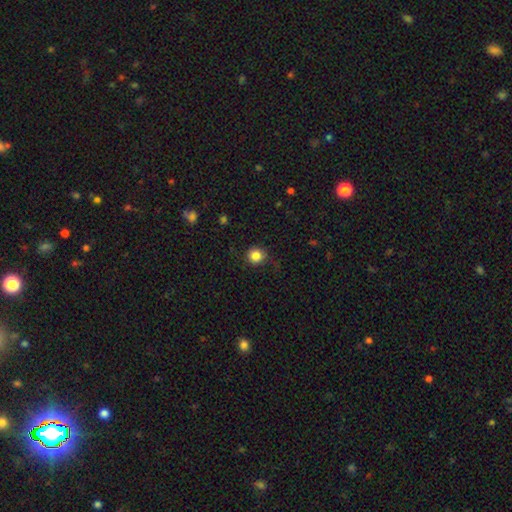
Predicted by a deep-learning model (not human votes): smooth_or_featured: smooth (p=0.85) [alt: star or artifact p=0.11]
how_rounded: round (p=0.92) [alt: in between p=0.07]
merging: none (p=0.85) [alt: minor disturbance p=0.11]